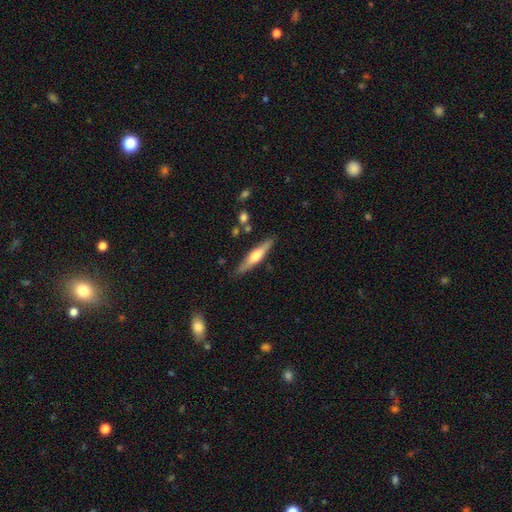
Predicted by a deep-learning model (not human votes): Q: Smooth or featured?
A: featured or disk (55%); runner-up: smooth (39%)
Q: Edge-on disk?
A: yes (94%); runner-up: no (6%)
Q: Edge-on bulge?
A: rounded (89%); runner-up: boxy (6%)
Q: Merging?
A: none (85%); runner-up: minor disturbance (10%)